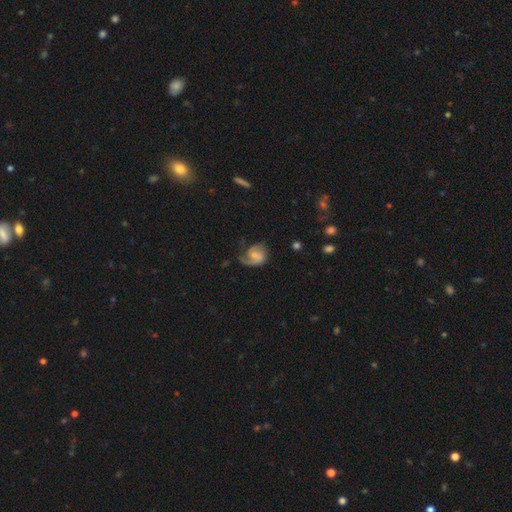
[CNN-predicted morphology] smooth-or-featured: featured or disk: 70% | smooth: 23% | star or artifact: 7%
  disk-edge-on: no: 98% | yes: 2%
    bar: no: 58% | weak: 36% | strong: 6%
    has-spiral-arms: yes: 93% | no: 7%
      spiral-winding: medium: 43% | loose: 29% | tight: 28%
      spiral-arm-count: 1: 47% | 2: 44% | can't tell: 6% | 3: 2% | 4: 1% | more than 4: 1%
    bulge-size: small: 47% | moderate: 28% | none: 19% | large: 4% | dominant: 1%
  merging: none: 50% | major disturbance: 24% | minor disturbance: 24% | merger: 2%